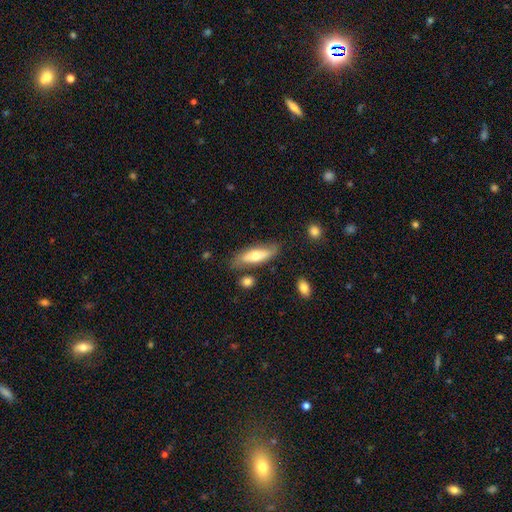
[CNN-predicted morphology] smooth 57%, featured or disk 38%, star or artifact 6%. Down the decision tree: how rounded — in between (59%); merging — none (73%).